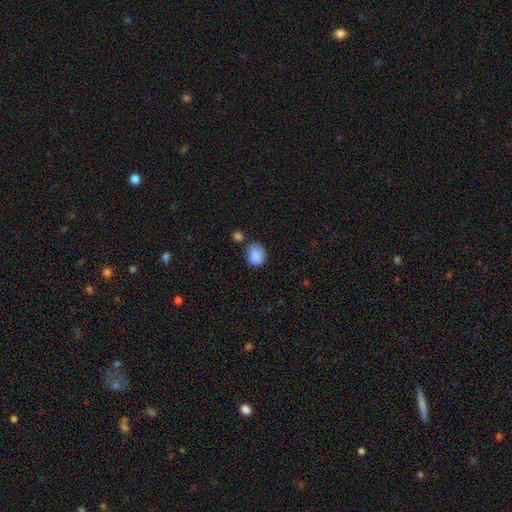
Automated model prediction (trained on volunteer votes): Smooth or featured: smooth — 82% (featured or disk — 10%)
How rounded: round — 67% (in between — 33%)
Merging: none — 50% (minor disturbance — 28%)